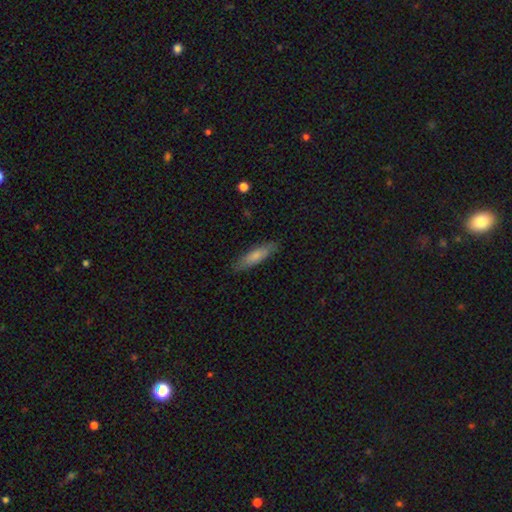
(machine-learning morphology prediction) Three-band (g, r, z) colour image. It shows a smooth galaxy with no disk features (75%) that is cigar-shaped (68%). Merging: none (85%).